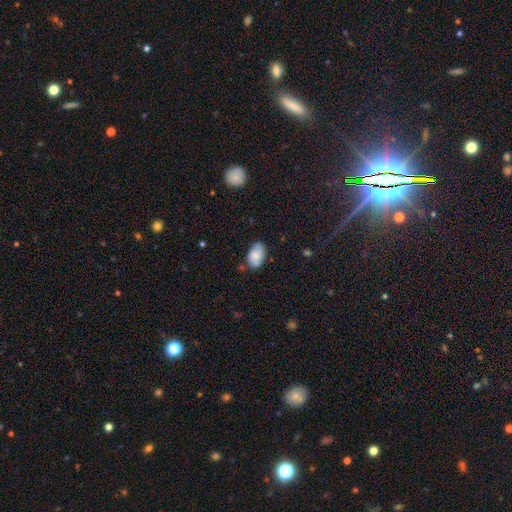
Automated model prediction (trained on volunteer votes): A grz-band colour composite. It shows a smooth galaxy with no disk features (81%) that is in between round and cigar-shaped (92%). Merging: none (73%).